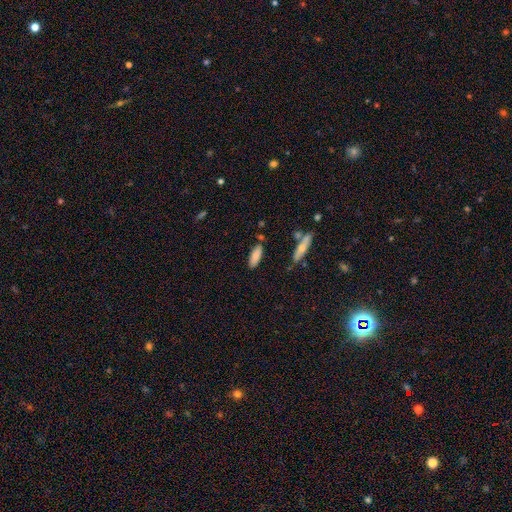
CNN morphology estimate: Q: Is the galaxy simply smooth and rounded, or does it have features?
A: smooth — 82%.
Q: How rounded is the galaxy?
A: in between — 62%.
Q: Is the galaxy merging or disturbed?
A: none — 79%.